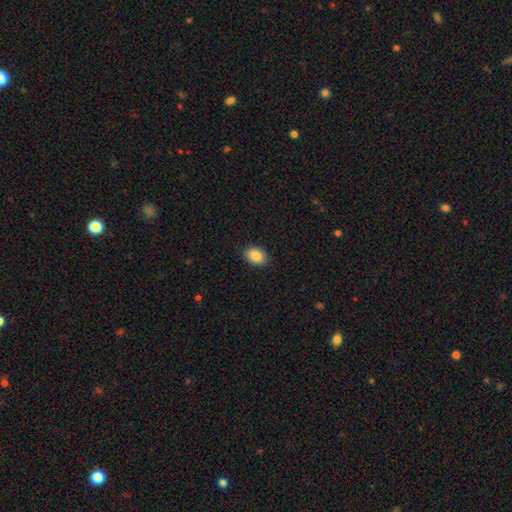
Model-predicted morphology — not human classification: type=smooth (87%); roundness=in between (82%); merging=none (89%).